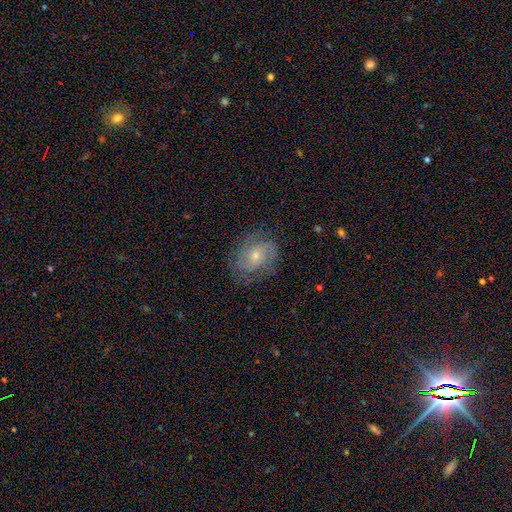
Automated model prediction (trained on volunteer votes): Smooth or featured?
  - featured or disk: 73% *
  - smooth: 18%
  - star or artifact: 9%
Edge-on disk?
  - no: 97% *
  - yes: 3%
Bar?
  - no: 67% *
  - weak: 28%
  - strong: 5%
Spiral arms?
  - yes: 91% *
  - no: 9%
Spiral winding?
  - tight: 51% *
  - medium: 38%
  - loose: 12%
Spiral arm count?
  - 2: 53% *
  - can't tell: 25%
  - 3: 11%
  - 1: 4%
  - 4: 4%
  - more than 4: 3%
Bulge size?
  - small: 55% *
  - moderate: 40%
  - large: 2%
  - none: 2%
  - dominant: 1%
Merging?
  - none: 76% *
  - minor disturbance: 16%
  - major disturbance: 7%
  - merger: 1%